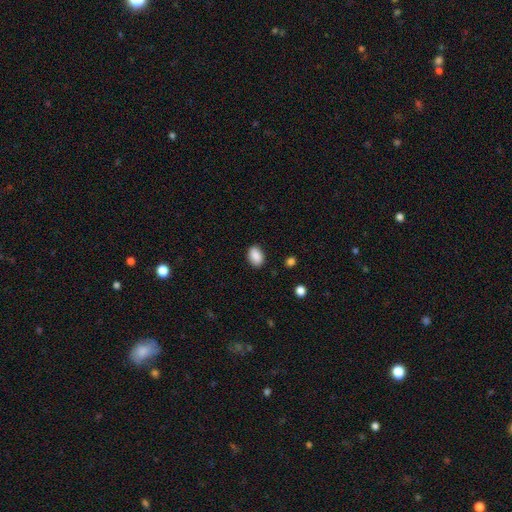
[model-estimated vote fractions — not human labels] This appears to be a smooth galaxy with no disk features (89%) that is in between round and cigar-shaped (87%). Merging: none (87%).